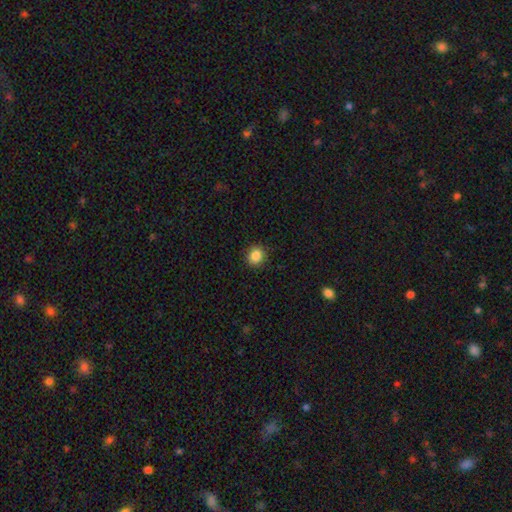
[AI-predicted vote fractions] The model was most divided on "how rounded": round: 80%, in between: 19%, cigar-shaped: 1%. More confident: merging — none (89%); smooth or featured — smooth (87%).